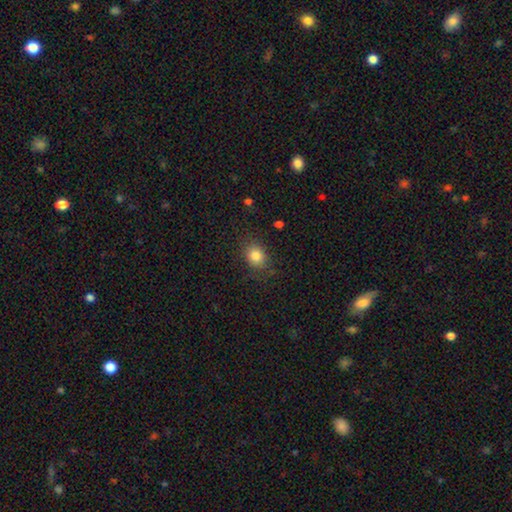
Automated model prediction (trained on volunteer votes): A smooth galaxy with no disk features (83%) that is round (51%). Merging: none (81%).